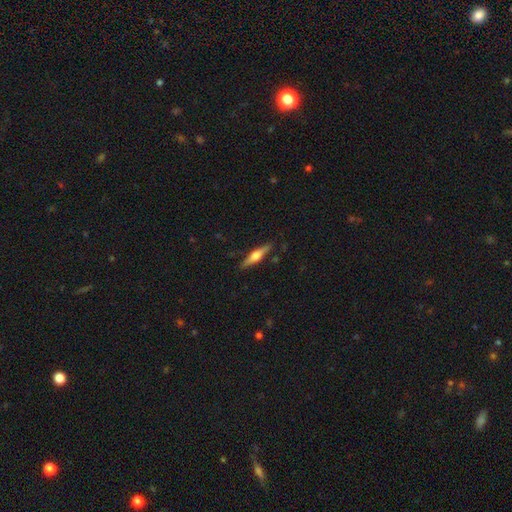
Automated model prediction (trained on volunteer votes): featured or disk 66%, smooth 29%, star or artifact 6%. Down the decision tree: edge-on disk — yes (97%); edge-on bulge — rounded (92%); merging — none (88%).